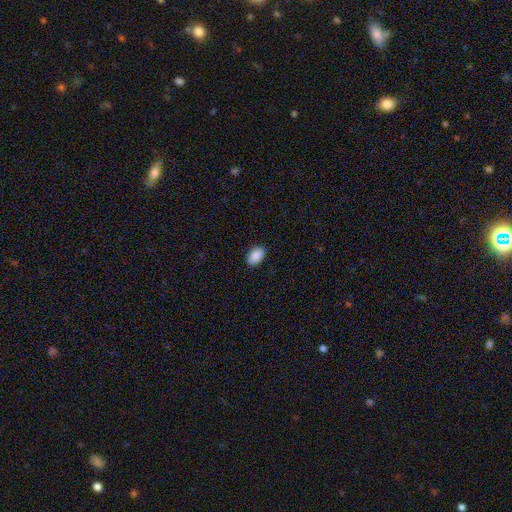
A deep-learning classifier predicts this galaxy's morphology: smooth-or-featured: smooth: 90% | star or artifact: 7% | featured or disk: 3%
  how-rounded: in between: 90% | round: 8% | cigar-shaped: 1%
  merging: none: 89% | minor disturbance: 8% | major disturbance: 2% | merger: 1%